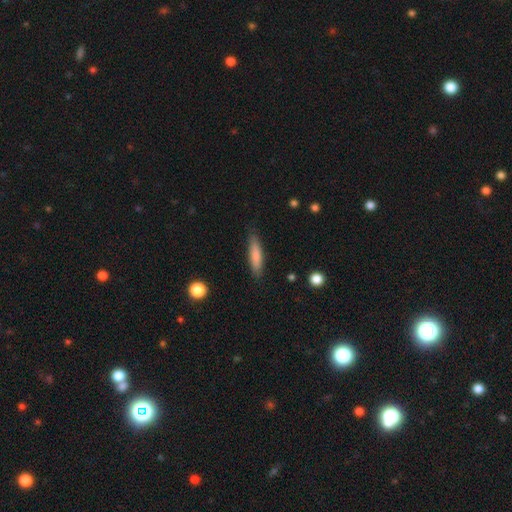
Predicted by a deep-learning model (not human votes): Smooth or featured? Predicted: smooth (p=0.78). How rounded? Predicted: cigar-shaped (p=0.80). Merging? Predicted: none (p=0.85).